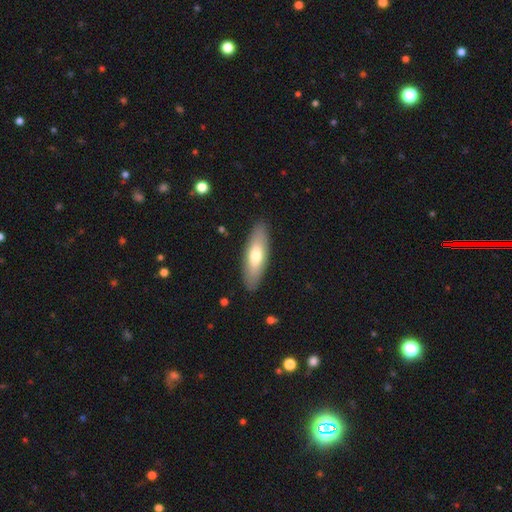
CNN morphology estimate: Overall: smooth (67%; featured or disk 28%). How rounded: in between (52%; cigar-shaped 46%). Merging: none (89%).